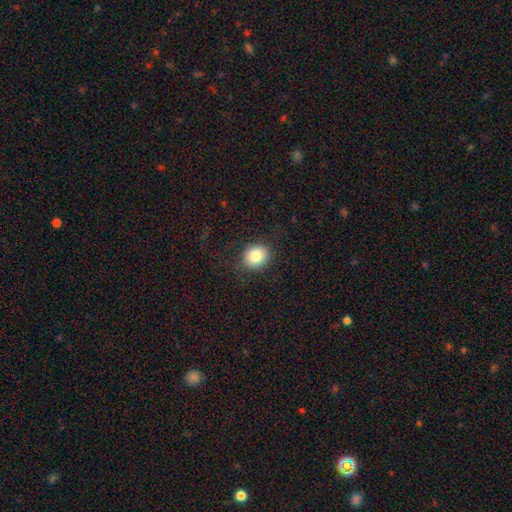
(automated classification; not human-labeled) smooth-or-featured: smooth: 83% | star or artifact: 10% | featured or disk: 8%
  how-rounded: round: 63% | in between: 36% | cigar-shaped: 1%
  merging: none: 85% | minor disturbance: 9% | major disturbance: 5% | merger: 1%